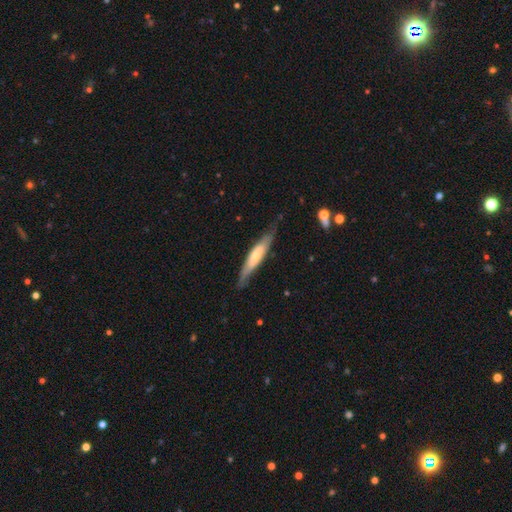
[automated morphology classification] Overall: featured or disk (47%, tied with smooth). Merging: none (75%).